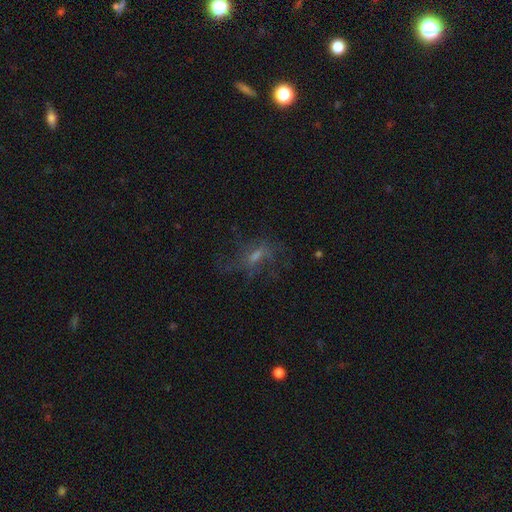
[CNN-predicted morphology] This appears to be a featured or disk galaxy (51%). Merging: none (54%).